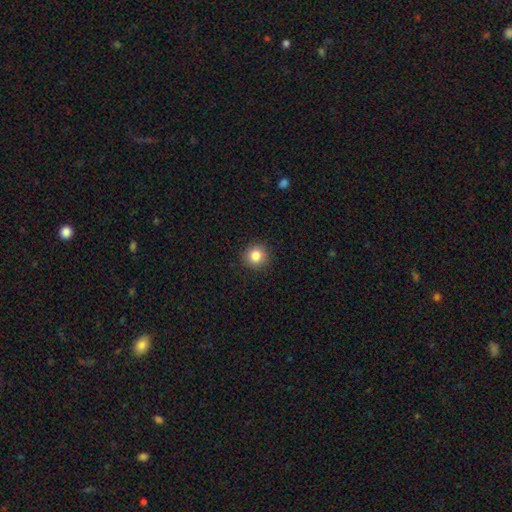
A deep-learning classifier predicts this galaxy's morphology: type=smooth (83%); roundness=round (92%); merging=none (91%).